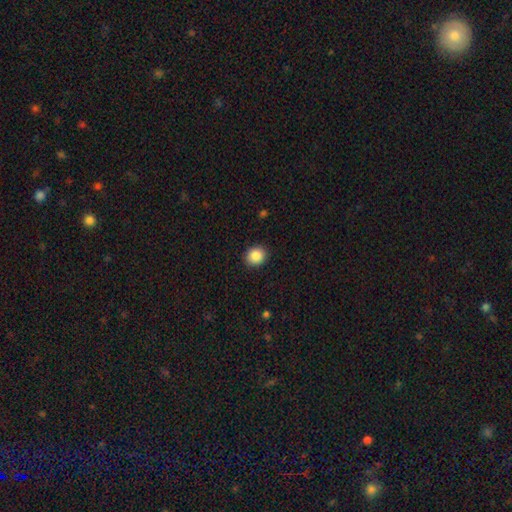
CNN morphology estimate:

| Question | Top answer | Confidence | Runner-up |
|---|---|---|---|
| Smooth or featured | smooth | 87% | star or artifact (9%) |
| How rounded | round | 77% | in between (22%) |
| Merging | none | 91% | minor disturbance (6%) |